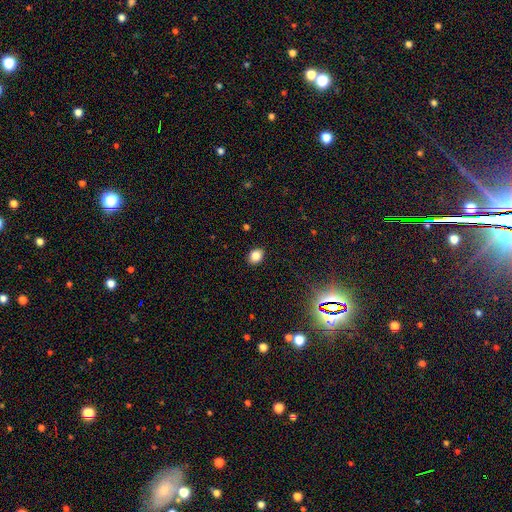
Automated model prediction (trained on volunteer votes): This appears to be a smooth galaxy with no disk features (82%) that is in between round and cigar-shaped (57%). Merging: none (89%).